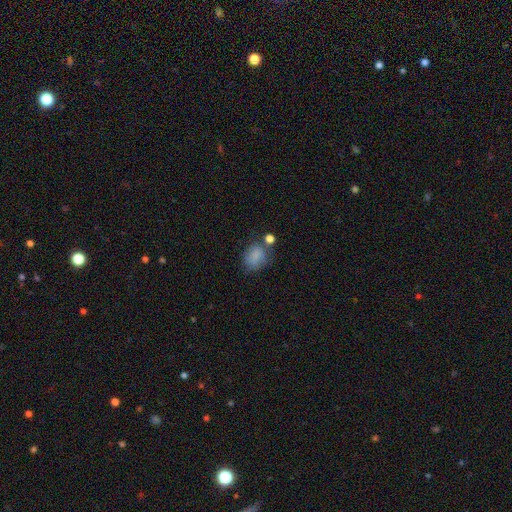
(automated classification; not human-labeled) A smooth galaxy with no disk features (79%) that is round (54%). Merging: none (57%).